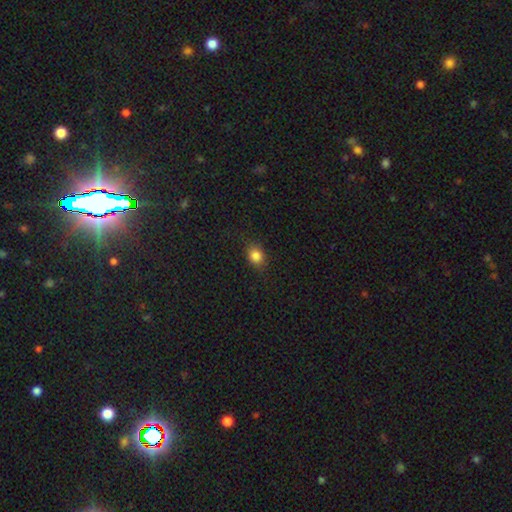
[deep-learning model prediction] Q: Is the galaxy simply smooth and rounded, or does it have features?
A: smooth — 84%.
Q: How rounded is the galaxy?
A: round — 52%.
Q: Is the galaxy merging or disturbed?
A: none — 82%.